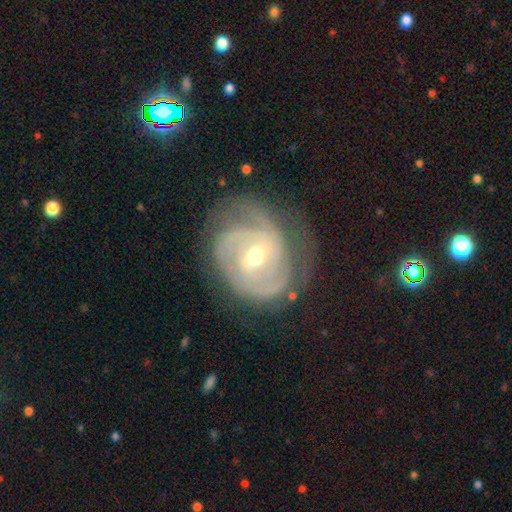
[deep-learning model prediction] featured or disk 88%, smooth 7%, star or artifact 5%. Down the decision tree: edge-on disk — no (97%); bar — weak (47%); spiral arms — yes (95%); spiral arm count — 2 (34%); spiral winding — tight (66%); bulge size — moderate (65%); merging — none (66%).